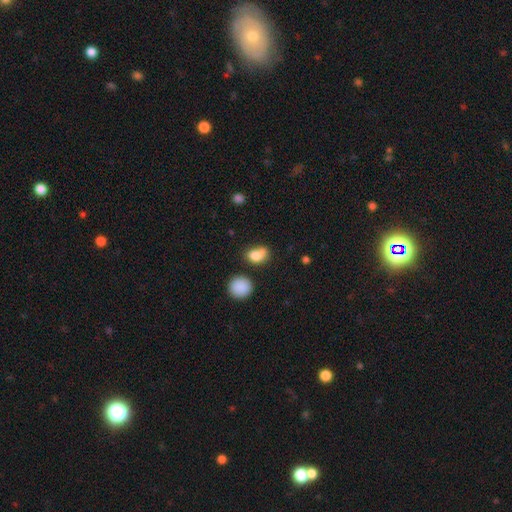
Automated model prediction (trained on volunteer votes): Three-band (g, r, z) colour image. It shows a smooth galaxy with no disk features (79%) that is in between round and cigar-shaped (61%). Merging: none (41%).